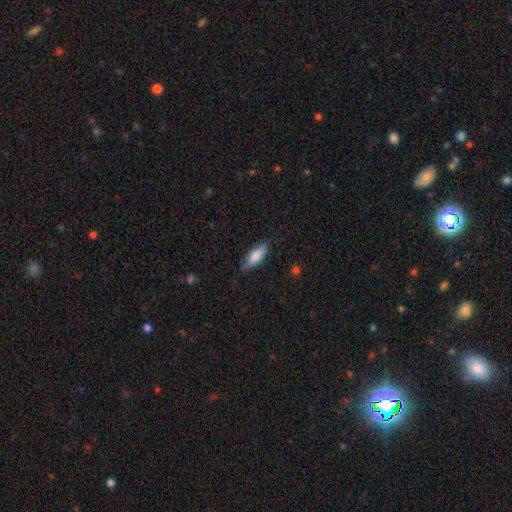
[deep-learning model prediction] Smooth or featured?
  - smooth: 80% *
  - featured or disk: 15%
  - star or artifact: 6%
How rounded?
  - in between: 51% *
  - cigar-shaped: 47%
  - round: 2%
Merging?
  - none: 83% *
  - minor disturbance: 14%
  - major disturbance: 2%
  - merger: 1%